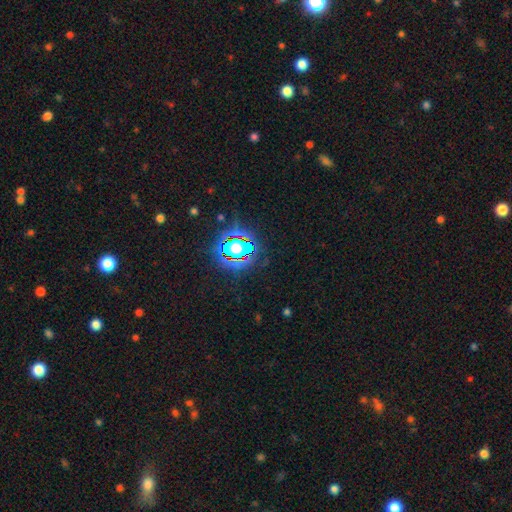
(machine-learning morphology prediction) smooth-or-featured: star or artifact: 83% | smooth: 10% | featured or disk: 7%